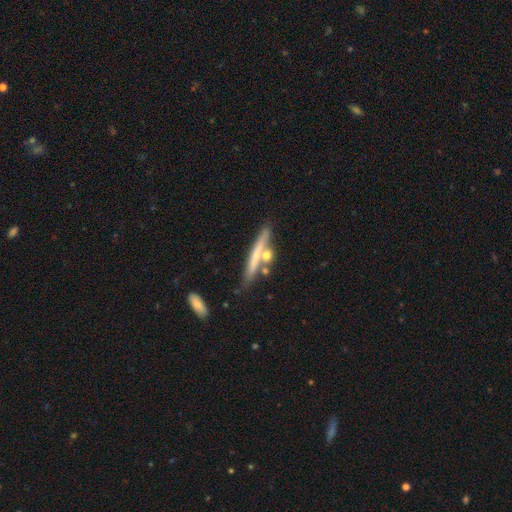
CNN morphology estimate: A smooth galaxy with no disk features (49%). Merging: none (64%).